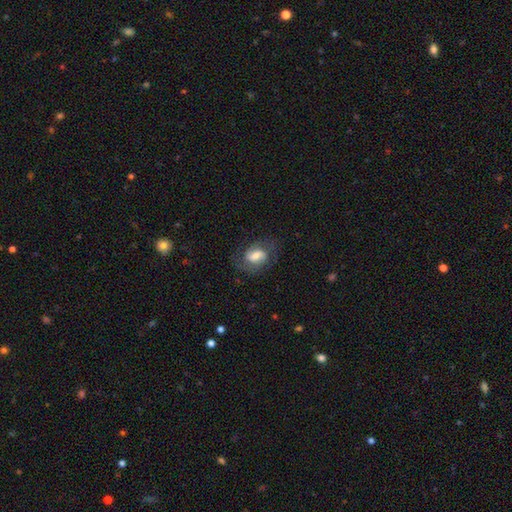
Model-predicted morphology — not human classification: smooth_or_featured: featured or disk (p=0.53) [alt: smooth p=0.39]
disk_edge_on: no (p=0.96) [alt: yes p=0.04]
bar: weak (p=0.48) [alt: no p=0.28]
has_spiral_arms: yes (p=0.81) [alt: no p=0.19]
bulge_size: moderate (p=0.47) [alt: small p=0.23]
merging: none (p=0.65) [alt: minor disturbance p=0.20]